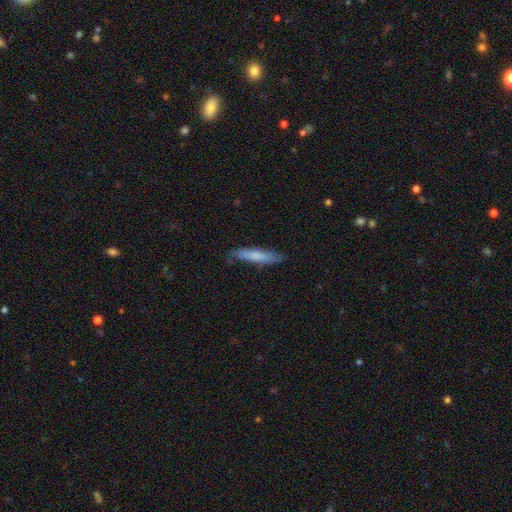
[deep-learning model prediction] This appears to be a smooth galaxy with no disk features (73%) that is cigar-shaped (87%). Merging: none (82%).